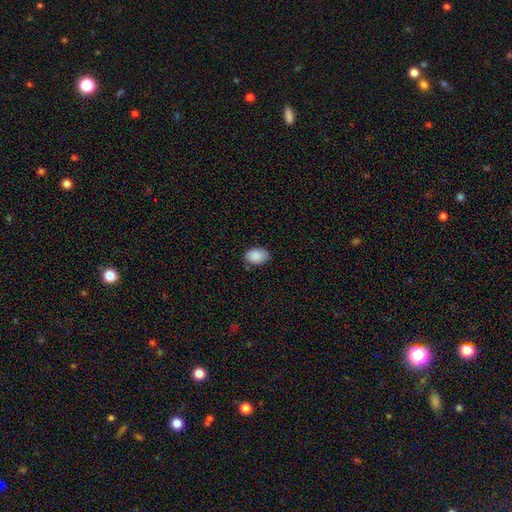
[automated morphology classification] Smooth or featured? Predicted: smooth (p=0.89). How rounded? Predicted: in between (p=0.84). Merging? Predicted: none (p=0.78).